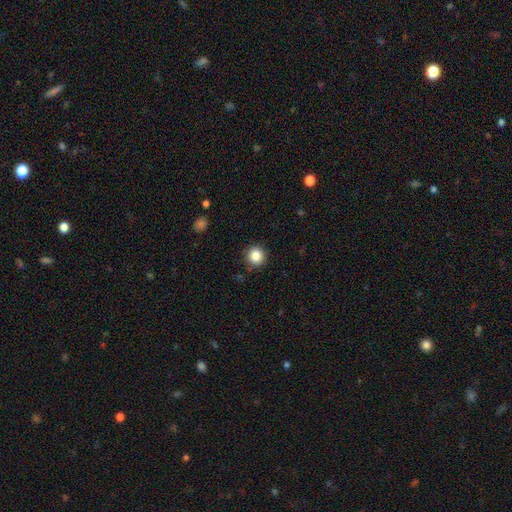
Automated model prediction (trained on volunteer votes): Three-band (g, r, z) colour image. It shows a smooth galaxy with no disk features (85%) that is round (94%). Merging: none (90%).